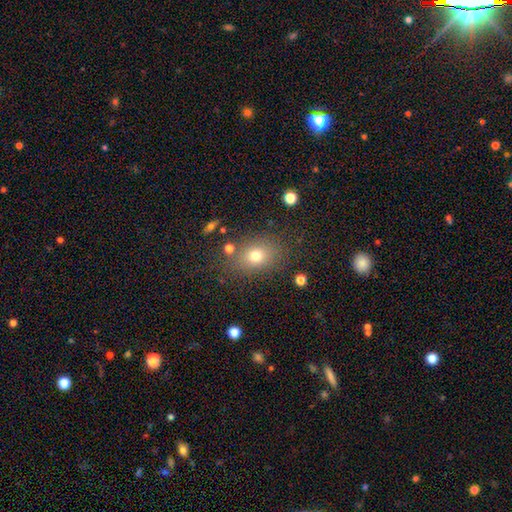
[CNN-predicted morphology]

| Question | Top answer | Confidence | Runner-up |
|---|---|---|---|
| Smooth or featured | smooth | 74% | star or artifact (14%) |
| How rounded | in between | 61% | round (37%) |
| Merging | none | 77% | minor disturbance (13%) |